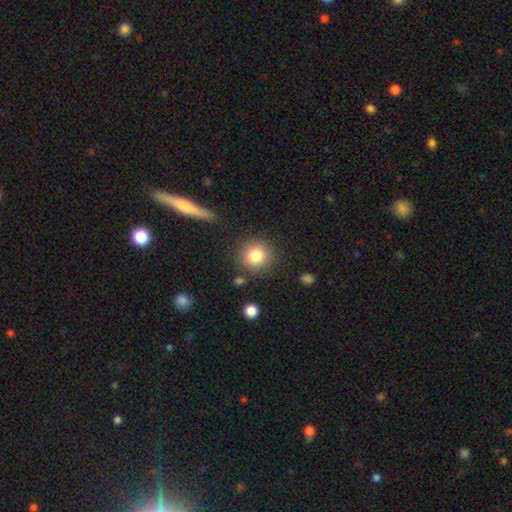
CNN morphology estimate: smooth-or-featured: smooth: 82% | star or artifact: 10% | featured or disk: 8%
  how-rounded: round: 91% | in between: 8% | cigar-shaped: 1%
  merging: none: 85% | minor disturbance: 9% | merger: 3% | major disturbance: 3%